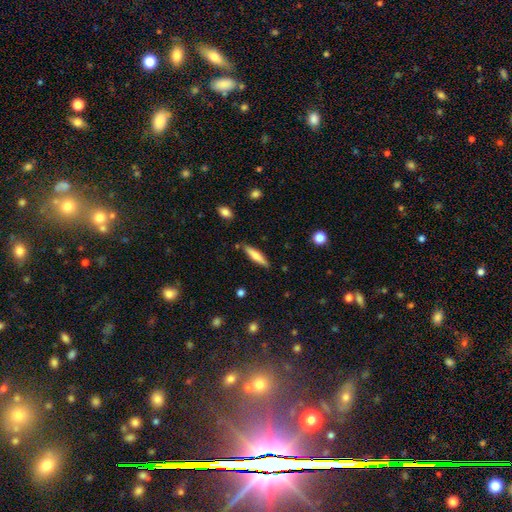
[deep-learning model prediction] Smooth or featured? smooth (70%)
How rounded? cigar-shaped (82%)
Merging? none (84%)